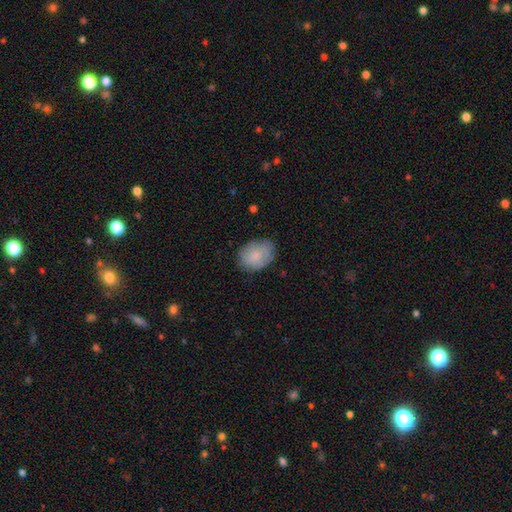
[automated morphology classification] This is likely a smooth galaxy (80%). How rounded: likely in between (68%). Merging: likely none (73%).